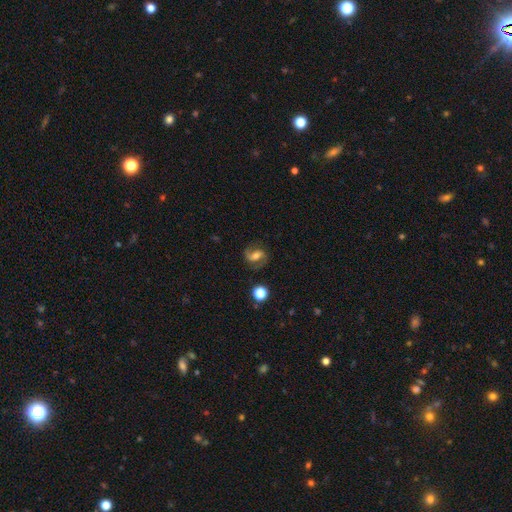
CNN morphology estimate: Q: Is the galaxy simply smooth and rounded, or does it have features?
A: featured or disk — 78%.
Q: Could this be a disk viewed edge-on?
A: no — 97%.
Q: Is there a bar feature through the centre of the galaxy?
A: weak — 42%.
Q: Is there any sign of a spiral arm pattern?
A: yes — 95%.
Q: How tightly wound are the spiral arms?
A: medium — 51%.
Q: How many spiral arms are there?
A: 2 — 92%.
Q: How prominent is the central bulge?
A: moderate — 56%.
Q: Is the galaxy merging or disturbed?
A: none — 82%.